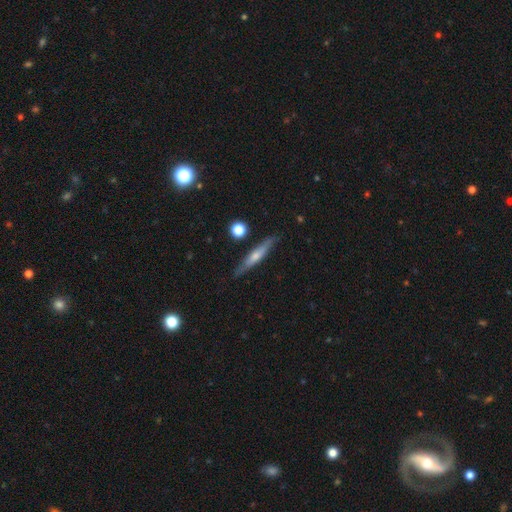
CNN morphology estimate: Smooth or featured? featured or disk (55%)
Edge-on disk? yes (92%)
Edge-on bulge? rounded (59%)
Merging? none (84%)